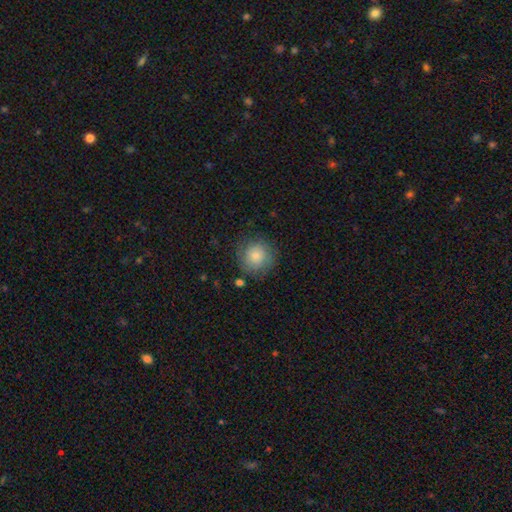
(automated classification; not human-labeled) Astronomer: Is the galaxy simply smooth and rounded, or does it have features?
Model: smooth — 77%.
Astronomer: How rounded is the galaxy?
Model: round — 92%.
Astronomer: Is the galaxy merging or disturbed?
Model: none — 80%.